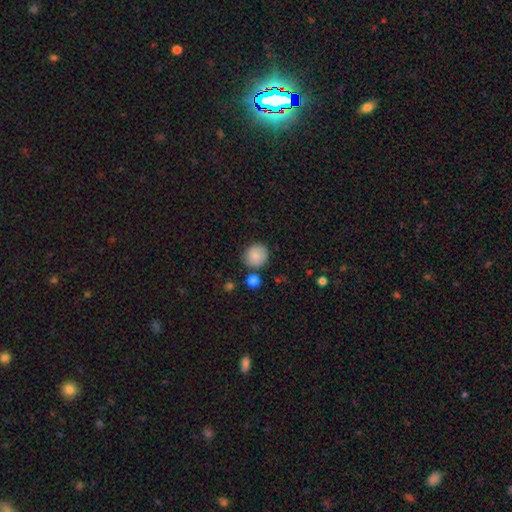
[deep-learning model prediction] Smooth or featured? smooth (85%)
How rounded? round (91%)
Merging? none (80%)